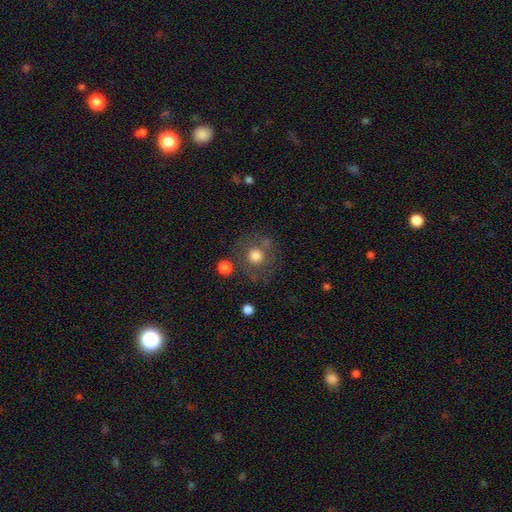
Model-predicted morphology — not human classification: smooth-or-featured: smooth: 71% | featured or disk: 17% | star or artifact: 12%
  how-rounded: round: 92% | in between: 7% | cigar-shaped: 1%
  merging: none: 74% | minor disturbance: 13% | major disturbance: 8% | merger: 6%